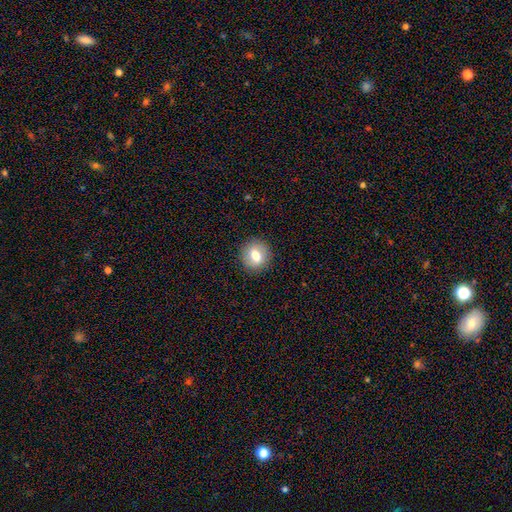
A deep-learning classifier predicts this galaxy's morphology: A smooth galaxy with no disk features (67%) that is round (80%). Merging: none (89%).